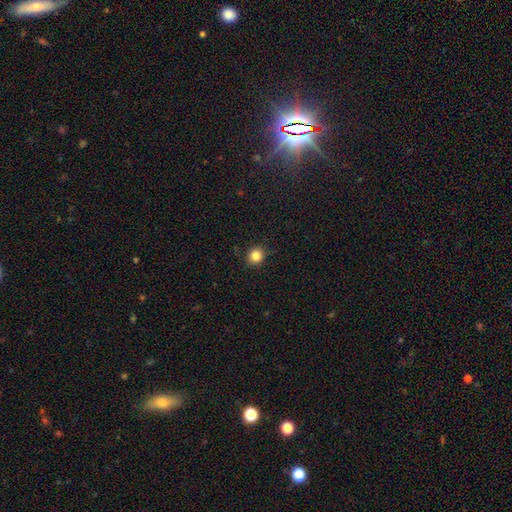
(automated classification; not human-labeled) smooth_or_featured: smooth (p=0.84) [alt: star or artifact p=0.11]
how_rounded: round (p=0.87) [alt: in between p=0.12]
merging: none (p=0.90) [alt: minor disturbance p=0.07]